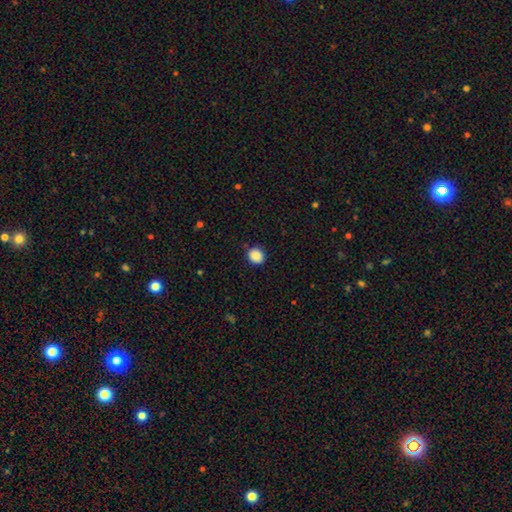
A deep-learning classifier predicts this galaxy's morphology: Smooth or featured: smooth — 88% (star or artifact — 9%)
How rounded: round — 71% (in between — 28%)
Merging: none — 86% (minor disturbance — 11%)